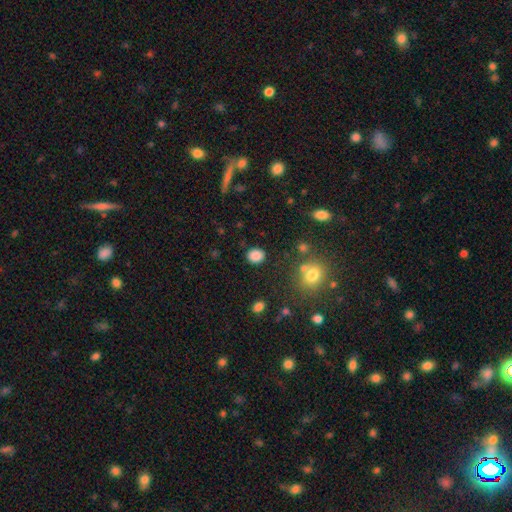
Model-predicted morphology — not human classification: Smooth or featured?
  - smooth: 85% *
  - star or artifact: 11%
  - featured or disk: 4%
How rounded?
  - round: 64% *
  - in between: 35%
  - cigar-shaped: 1%
Merging?
  - none: 85% *
  - minor disturbance: 10%
  - major disturbance: 3%
  - merger: 2%